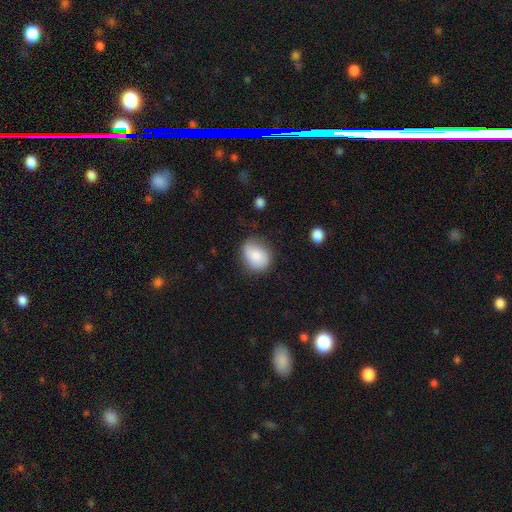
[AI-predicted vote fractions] smooth 76%, featured or disk 16%, star or artifact 8%. Down the decision tree: how rounded — round (53%); merging — none (65%).